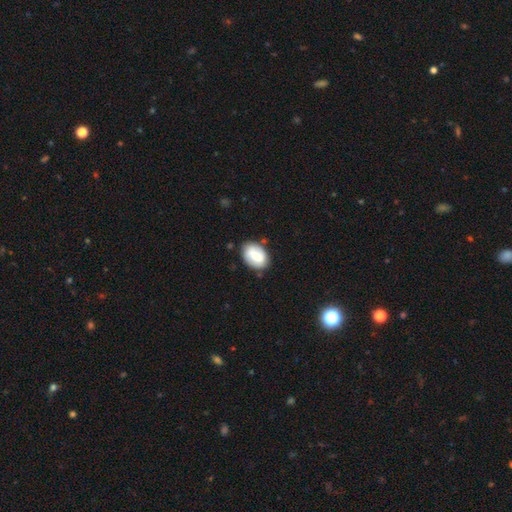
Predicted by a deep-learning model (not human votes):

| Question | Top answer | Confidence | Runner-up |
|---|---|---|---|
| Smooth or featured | smooth | 79% | featured or disk (14%) |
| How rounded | in between | 84% | round (15%) |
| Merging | none | 73% | minor disturbance (19%) |